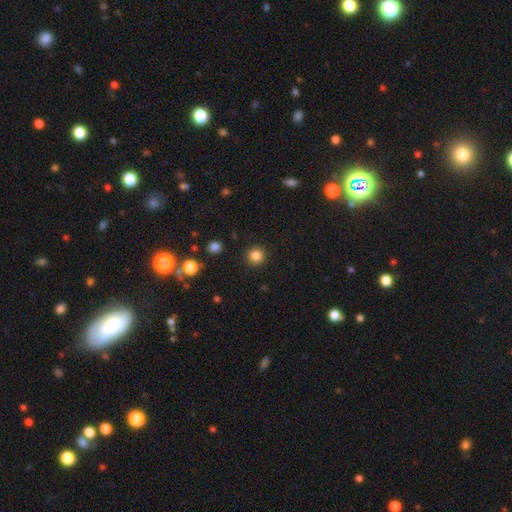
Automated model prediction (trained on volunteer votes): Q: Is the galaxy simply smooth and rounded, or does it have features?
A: smooth — 84%.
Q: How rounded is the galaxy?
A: round — 94%.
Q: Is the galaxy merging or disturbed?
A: none — 91%.